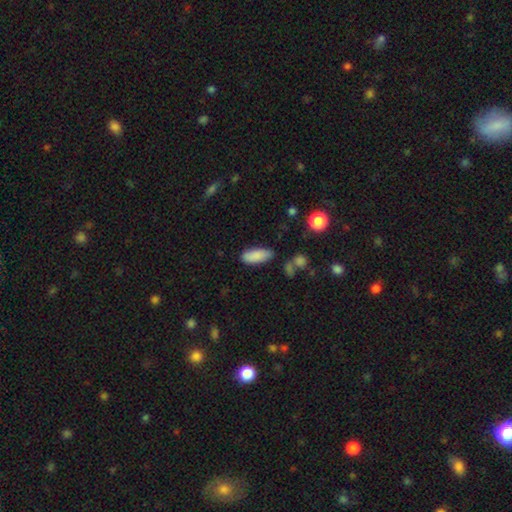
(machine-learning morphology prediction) Smooth or featured? smooth (86%)
How rounded? in between (77%)
Merging? none (78%)